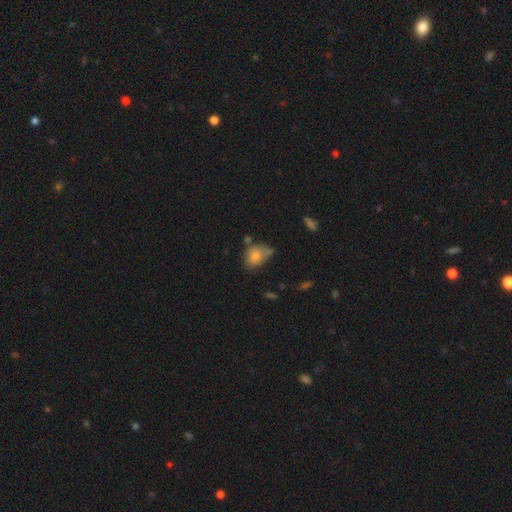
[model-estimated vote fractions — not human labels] Overall: smooth (77%). How rounded: in between (69%; round 30%). Merging: none (41%; minor disturbance 32%).